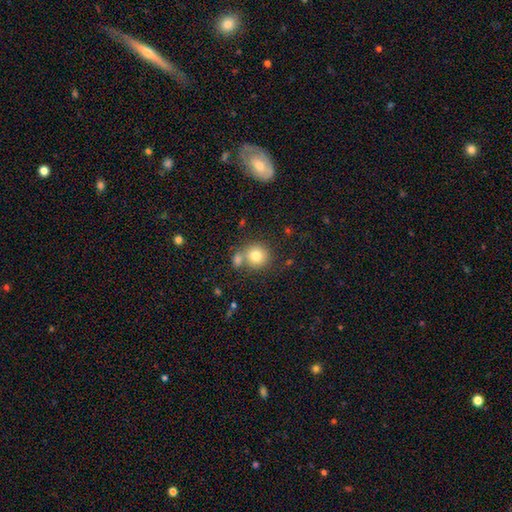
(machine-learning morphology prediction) A smooth galaxy with no disk features (79%) that is round (89%). Merging: none (60%).